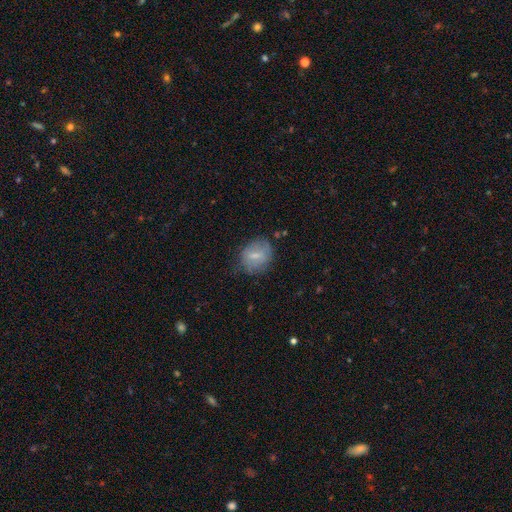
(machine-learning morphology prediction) smooth-or-featured: smooth: 59% | featured or disk: 33% | star or artifact: 9%
  how-rounded: round: 52% | in between: 46% | cigar-shaped: 2%
  merging: none: 66% | minor disturbance: 24% | major disturbance: 9% | merger: 2%